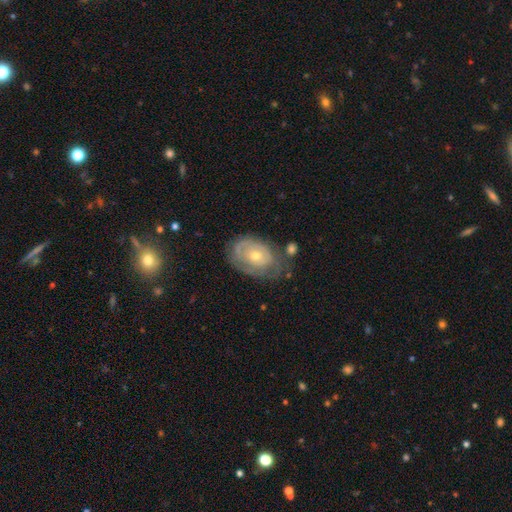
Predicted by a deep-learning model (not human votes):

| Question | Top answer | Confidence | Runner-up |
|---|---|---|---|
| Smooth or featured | featured or disk | 64% | smooth (29%) |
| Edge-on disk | no | 95% | yes (5%) |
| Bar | no | 84% | weak (13%) |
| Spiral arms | yes | 59% | no (41%) |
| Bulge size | small | 48% | tied: moderate (48%) |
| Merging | none | 54% | minor disturbance (27%) |